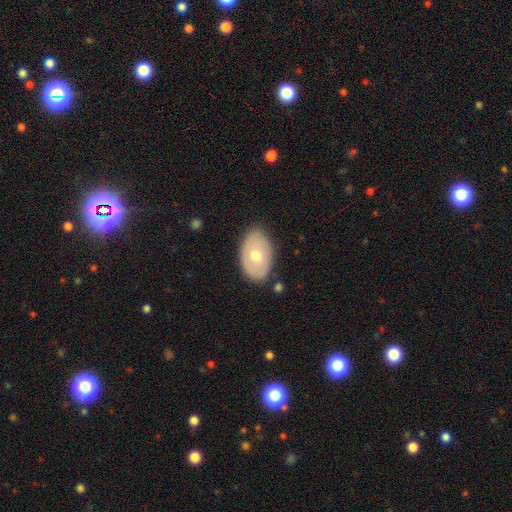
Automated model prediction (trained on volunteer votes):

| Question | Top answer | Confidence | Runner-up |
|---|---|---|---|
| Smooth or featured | smooth | 56% | featured or disk (38%) |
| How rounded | in between | 90% | round (9%) |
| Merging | none | 80% | minor disturbance (15%) |